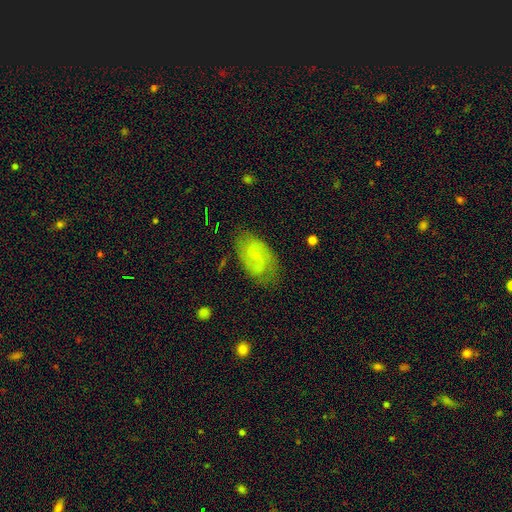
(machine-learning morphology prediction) Q: Smooth or featured?
A: featured or disk (71%); runner-up: smooth (22%)
Q: Edge-on disk?
A: no (97%); runner-up: yes (3%)
Q: Bar?
A: weak (56%); runner-up: no (25%)
Q: Spiral arms?
A: yes (92%); runner-up: no (8%)
Q: Spiral winding?
A: medium (50%); runner-up: loose (26%)
Q: Spiral arm count?
A: 2 (87%); runner-up: can't tell (7%)
Q: Bulge size?
A: small (49%); runner-up: none (35%)
Q: Merging?
A: none (76%); runner-up: minor disturbance (17%)